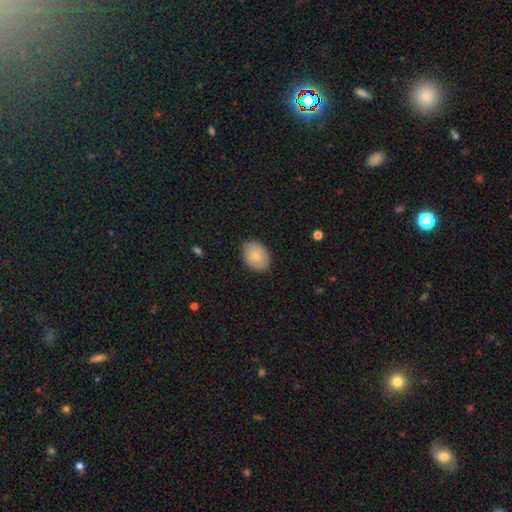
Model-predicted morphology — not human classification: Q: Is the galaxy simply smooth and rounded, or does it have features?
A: smooth — 85%.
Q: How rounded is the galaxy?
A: in between — 69%.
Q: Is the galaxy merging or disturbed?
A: none — 87%.